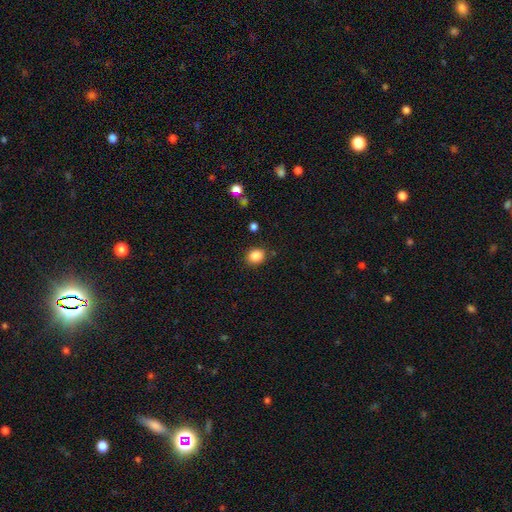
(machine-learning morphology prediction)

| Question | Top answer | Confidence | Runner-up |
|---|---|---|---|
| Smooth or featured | smooth | 87% | star or artifact (9%) |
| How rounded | round | 61% | in between (38%) |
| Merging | none | 84% | minor disturbance (10%) |